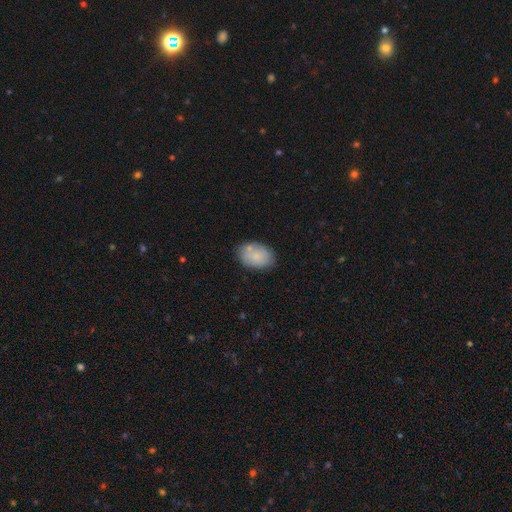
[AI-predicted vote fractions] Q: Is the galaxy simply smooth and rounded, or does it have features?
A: smooth — 81%.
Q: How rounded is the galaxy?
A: in between — 87%.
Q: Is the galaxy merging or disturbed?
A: none — 74%.